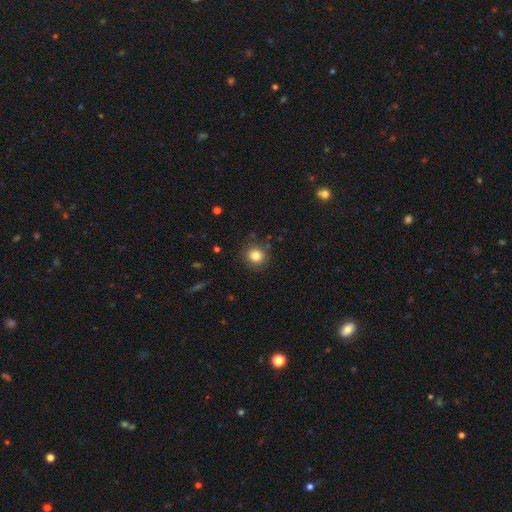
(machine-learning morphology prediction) smooth_or_featured: smooth (p=0.83) [alt: star or artifact p=0.11]
how_rounded: round (p=0.88) [alt: in between p=0.11]
merging: none (p=0.86) [alt: minor disturbance p=0.09]